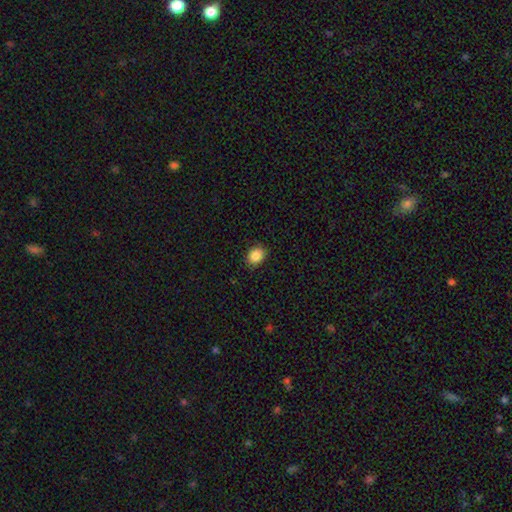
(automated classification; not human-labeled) The model was most divided on "how rounded": round: 55%, in between: 44%, cigar-shaped: 1%. More confident: smooth or featured — smooth (87%); merging — none (87%).